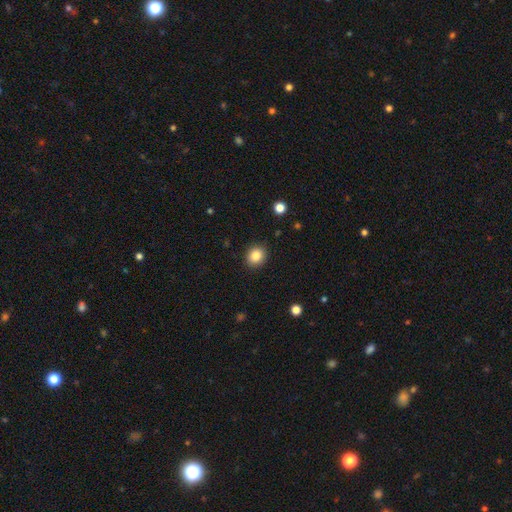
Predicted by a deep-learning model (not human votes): Smooth or featured: smooth — 85% (star or artifact — 10%)
How rounded: round — 78% (in between — 21%)
Merging: none — 90% (minor disturbance — 7%)